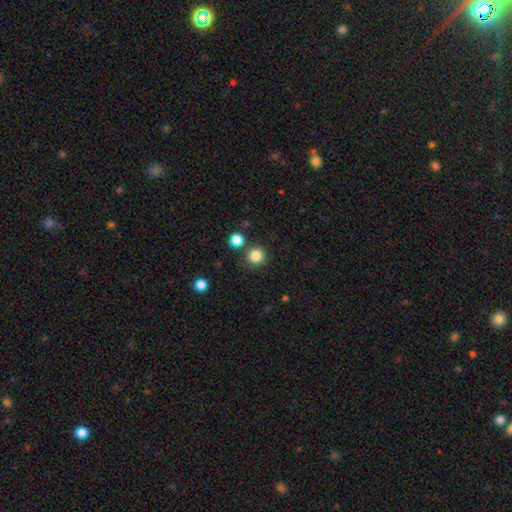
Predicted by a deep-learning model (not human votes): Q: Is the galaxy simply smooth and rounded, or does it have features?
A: smooth — 84%.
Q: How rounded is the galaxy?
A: round — 94%.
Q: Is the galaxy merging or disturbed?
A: none — 84%.